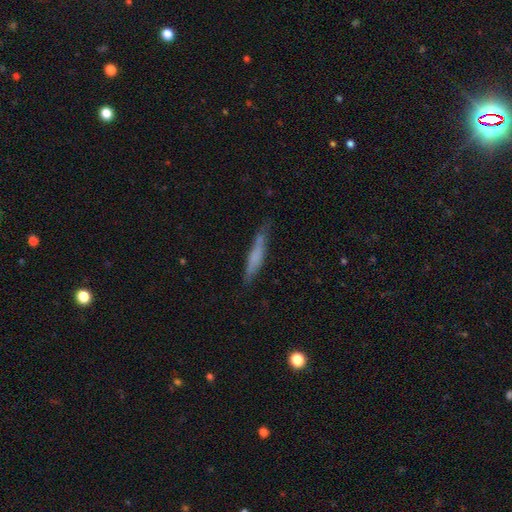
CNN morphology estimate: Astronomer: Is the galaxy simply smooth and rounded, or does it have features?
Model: smooth — 57% (runner-up: featured or disk, 36%).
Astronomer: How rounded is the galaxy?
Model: cigar-shaped — 91%.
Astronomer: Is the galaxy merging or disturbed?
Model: none — 72%.